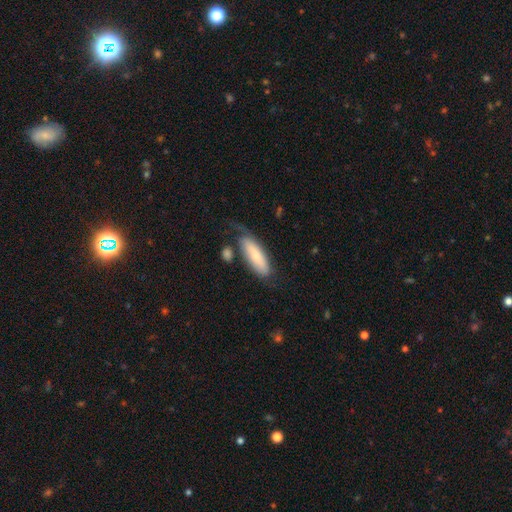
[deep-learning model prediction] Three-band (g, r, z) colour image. It shows a smooth galaxy with no disk features (68%) that is in between round and cigar-shaped (61%). Merging: none (50%).